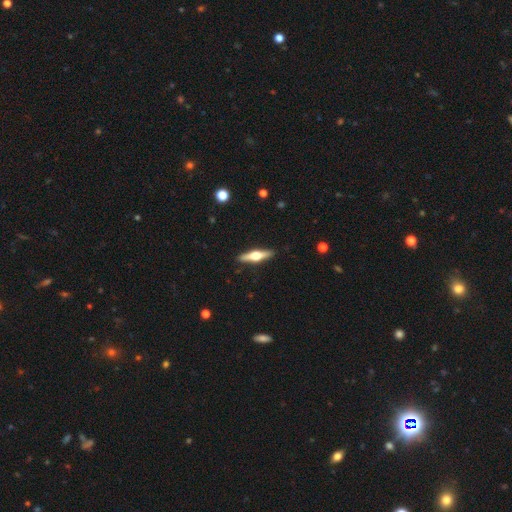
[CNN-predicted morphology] The model was most divided on "smooth or featured": featured or disk: 64%, smooth: 31%, star or artifact: 5%. More confident: edge-on disk — yes (96%); edge-on bulge — rounded (95%); merging — none (90%).